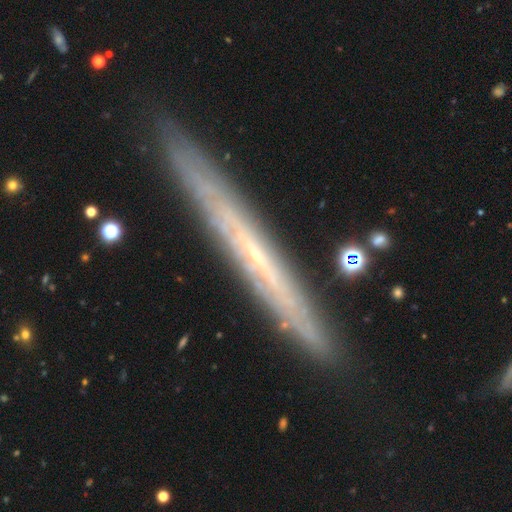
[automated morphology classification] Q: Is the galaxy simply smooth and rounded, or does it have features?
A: featured or disk — 74%.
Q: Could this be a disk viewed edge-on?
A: yes — 89%.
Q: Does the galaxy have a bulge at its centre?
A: none — 71%.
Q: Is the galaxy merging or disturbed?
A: none — 87%.